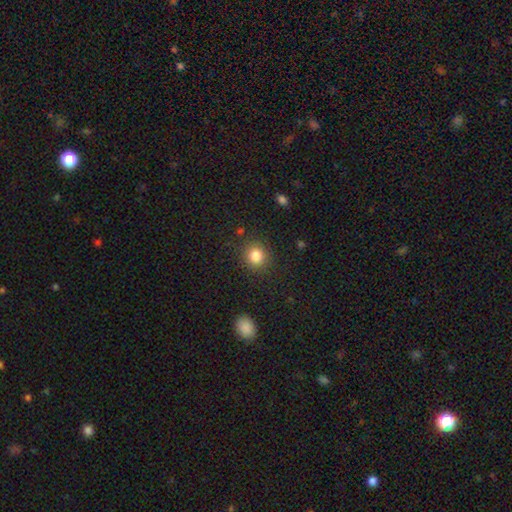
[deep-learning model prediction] The model was most divided on "how rounded": round: 86%, in between: 13%, cigar-shaped: 1%. More confident: merging — none (87%); smooth or featured — smooth (84%).